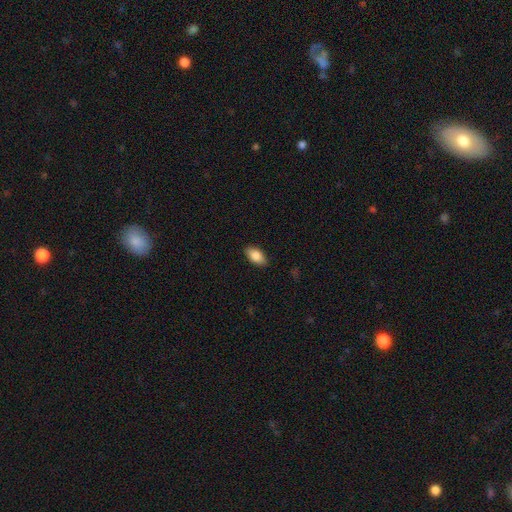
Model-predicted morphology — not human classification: Smooth or featured? smooth (86%)
How rounded? in between (93%)
Merging? none (88%)